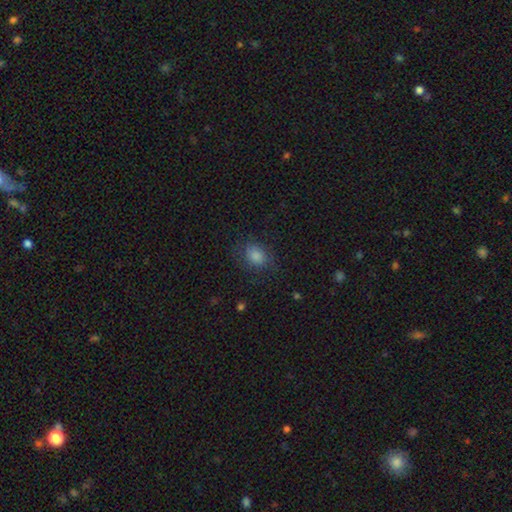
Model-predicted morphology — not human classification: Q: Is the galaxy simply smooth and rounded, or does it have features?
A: smooth — 78%.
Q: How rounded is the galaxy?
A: in between — 58%.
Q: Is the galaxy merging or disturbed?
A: none — 76%.